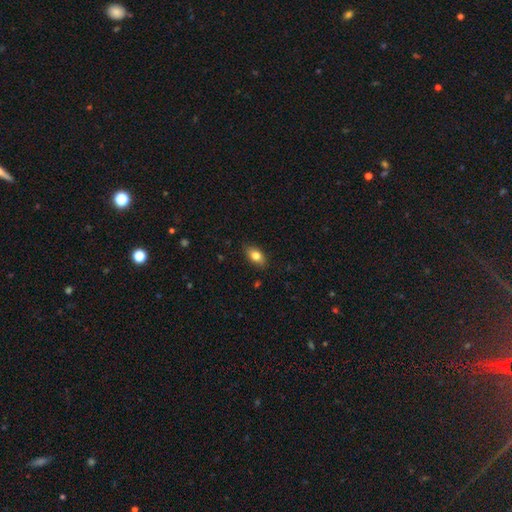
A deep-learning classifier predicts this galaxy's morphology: Smooth or featured? smooth (80%)
How rounded? in between (86%)
Merging? none (84%)